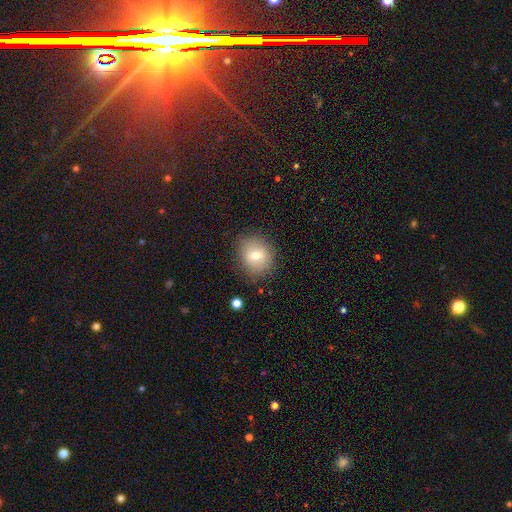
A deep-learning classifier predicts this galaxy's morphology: smooth 71%, featured or disk 18%, star or artifact 11%. Down the decision tree: how rounded — round (77%); merging — none (83%).